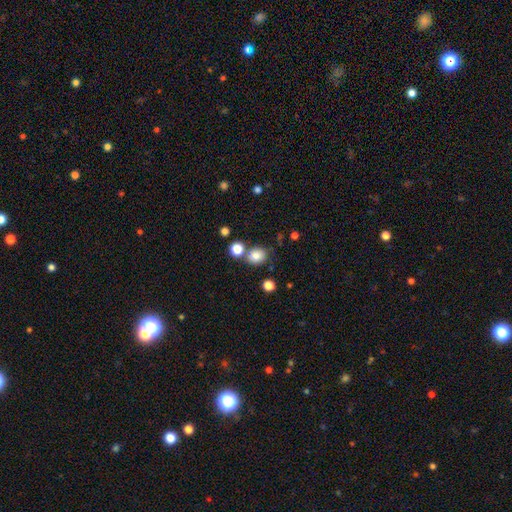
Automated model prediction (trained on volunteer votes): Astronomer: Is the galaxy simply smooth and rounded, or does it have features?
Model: smooth — 82%.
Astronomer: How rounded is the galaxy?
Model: round — 63%.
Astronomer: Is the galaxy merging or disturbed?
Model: none — 67%.